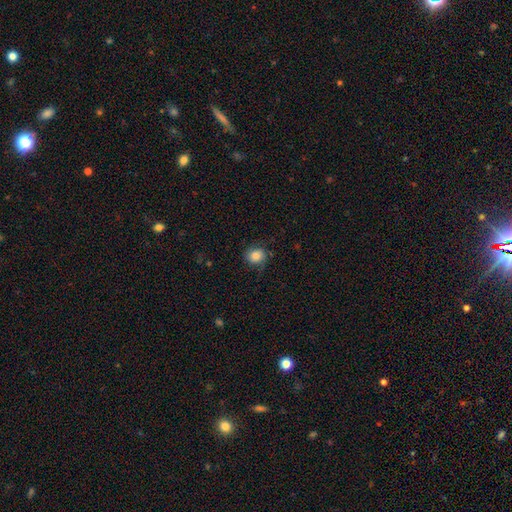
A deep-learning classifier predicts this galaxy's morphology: smooth-or-featured: smooth: 80% | featured or disk: 11% | star or artifact: 9%
  how-rounded: round: 70% | in between: 29% | cigar-shaped: 1%
  merging: none: 71% | minor disturbance: 20% | major disturbance: 7% | merger: 1%